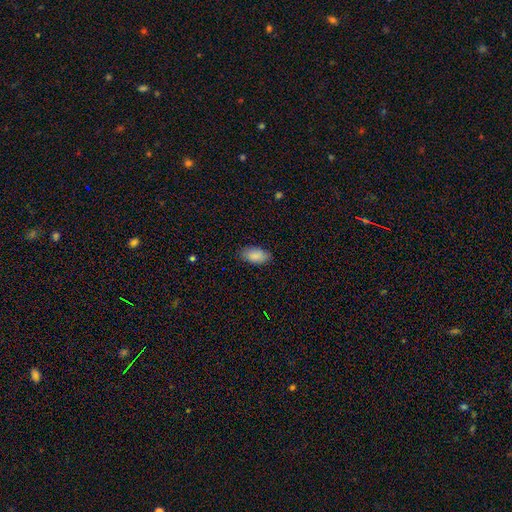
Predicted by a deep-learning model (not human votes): This appears to be a smooth galaxy with no disk features (89%) that is in between round and cigar-shaped (94%). Merging: none (86%).